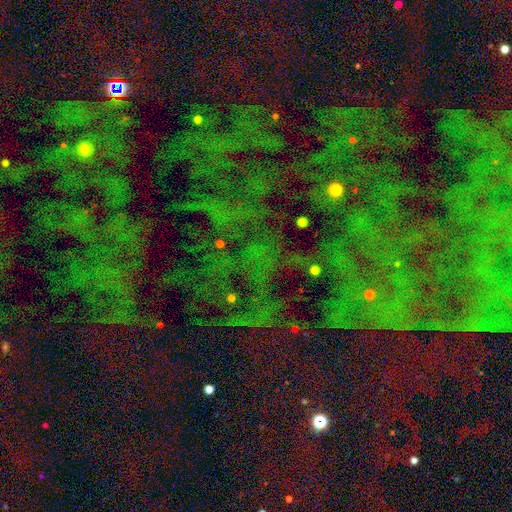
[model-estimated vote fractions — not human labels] Smooth or featured? star or artifact (79%)